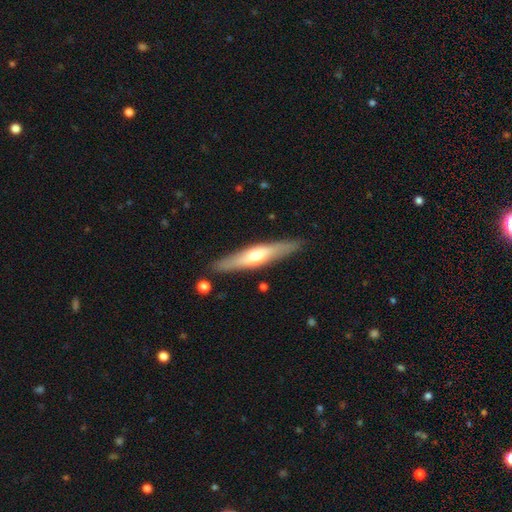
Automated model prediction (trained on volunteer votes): Overall: featured or disk (55%; smooth 40%). Edge-on disk: yes (89%). Merging: none (88%).